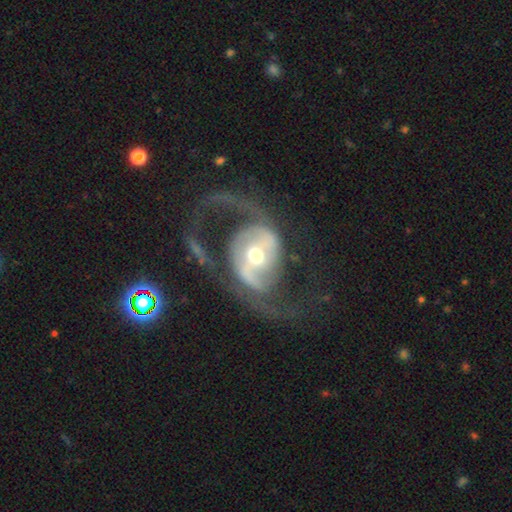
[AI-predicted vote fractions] Smooth or featured: featured or disk — 86% (smooth — 9%)
Edge-on disk: no — 97% (yes — 3%)
Bar: strong — 37% (weak — 33%)
Spiral arms: yes — 89% (no — 11%)
Spiral winding: loose — 44% (medium — 43%)
Spiral arm count: 2 — 87% (1 — 4%)
Bulge size: moderate — 72% (small — 14%)
Merging: none — 61% (major disturbance — 24%)